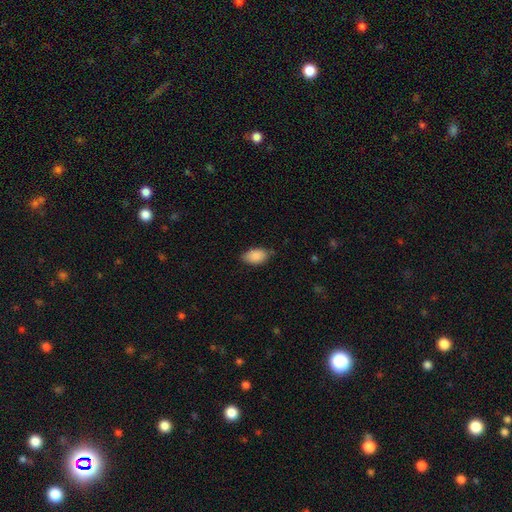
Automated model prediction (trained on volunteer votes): Q: Smooth or featured?
A: smooth (89%); runner-up: star or artifact (7%)
Q: How rounded?
A: in between (92%); runner-up: round (6%)
Q: Merging?
A: none (73%); runner-up: minor disturbance (22%)